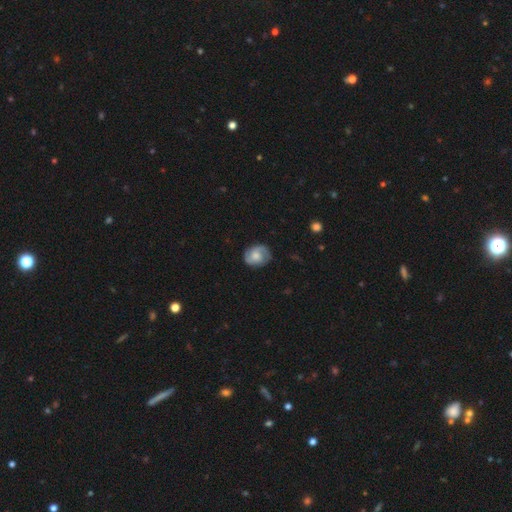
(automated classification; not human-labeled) Overall: featured or disk (61%; smooth 32%). Edge-on disk: no (97%). Bar: no (65%; weak 30%). Spiral arms: yes (91%). Spiral arm count: 2 (76%). Spiral winding: tight (42%, tied with medium). Bulge size: moderate (52%; small 22%). Merging: none (78%).